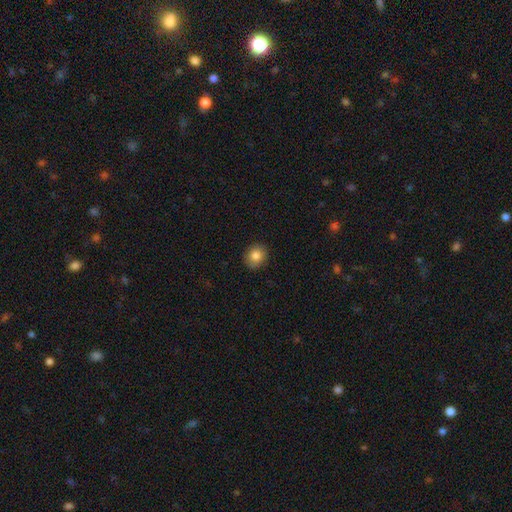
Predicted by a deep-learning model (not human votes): Smooth or featured? Predicted: smooth (p=0.83). How rounded? Predicted: round (p=0.76). Merging? Predicted: none (p=0.88).